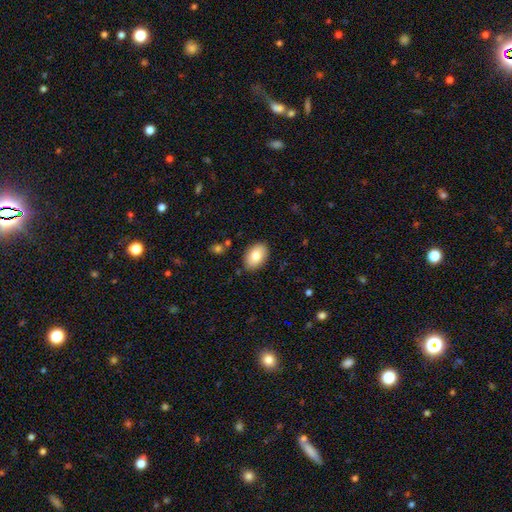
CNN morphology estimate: Smooth or featured?
  - smooth: 81% *
  - featured or disk: 12%
  - star or artifact: 7%
How rounded?
  - in between: 89% *
  - round: 10%
  - cigar-shaped: 1%
Merging?
  - none: 86% *
  - minor disturbance: 10%
  - major disturbance: 2%
  - merger: 2%